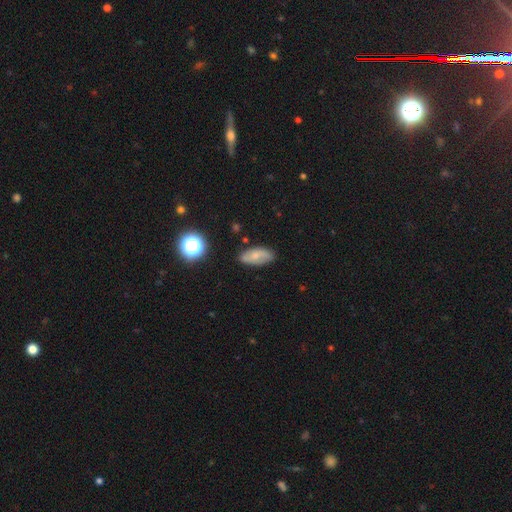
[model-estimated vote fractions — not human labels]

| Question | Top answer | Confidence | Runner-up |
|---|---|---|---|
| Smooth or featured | smooth | 54% | featured or disk (37%) |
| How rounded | in between | 87% | cigar-shaped (7%) |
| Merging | none | 78% | minor disturbance (17%) |